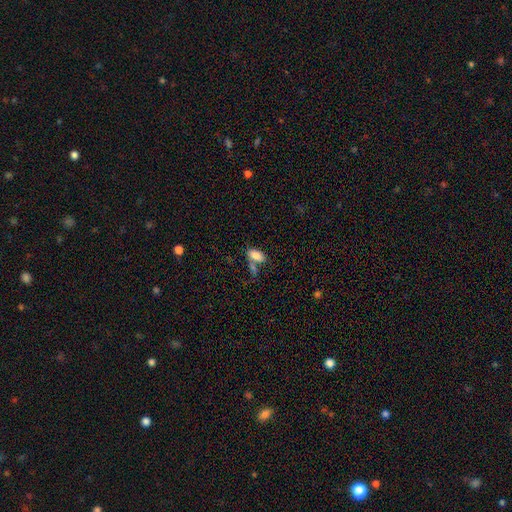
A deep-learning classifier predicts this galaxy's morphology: smooth 83%, featured or disk 9%, star or artifact 8%. Down the decision tree: how rounded — in between (91%); merging — none (54%).